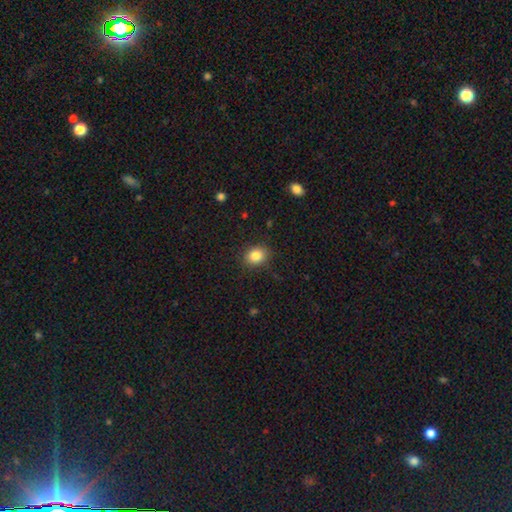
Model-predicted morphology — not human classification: This is clearly a smooth galaxy (84%). How rounded: possibly round (55%). Merging: clearly none (87%).